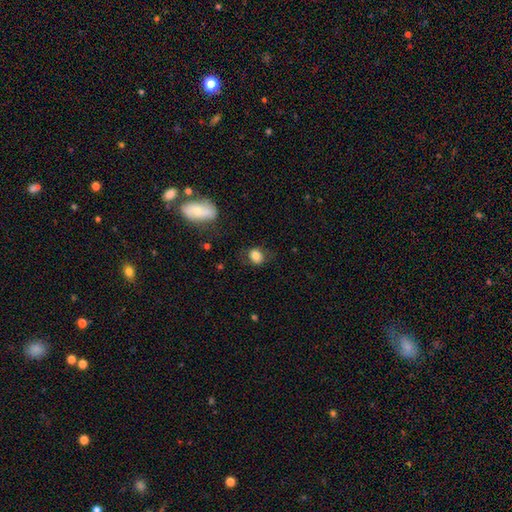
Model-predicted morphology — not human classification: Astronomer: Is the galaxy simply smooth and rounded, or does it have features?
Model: smooth — 81%.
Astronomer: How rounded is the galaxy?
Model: in between — 51% (runner-up: round, 48%).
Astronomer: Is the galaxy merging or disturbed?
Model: none — 72%.